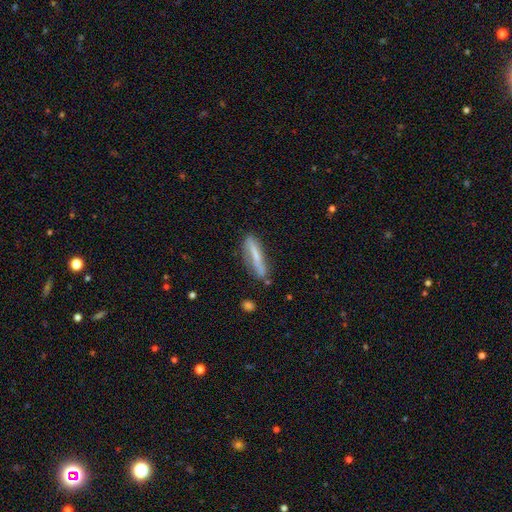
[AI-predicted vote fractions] smooth 55%, featured or disk 38%, star or artifact 7%. Down the decision tree: how rounded — cigar-shaped (83%); merging — none (75%).